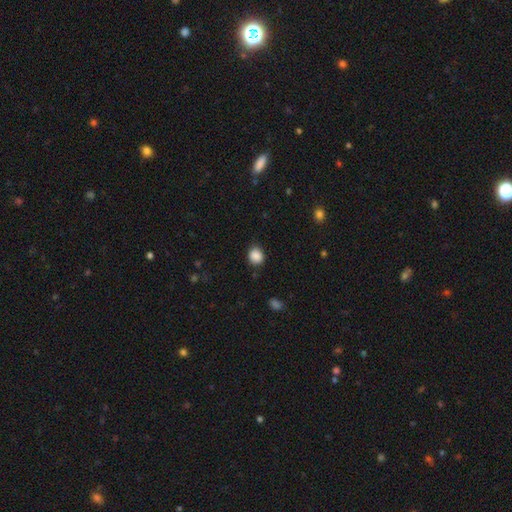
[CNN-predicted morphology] Smooth or featured? smooth (88%)
How rounded? round (70%)
Merging? none (83%)